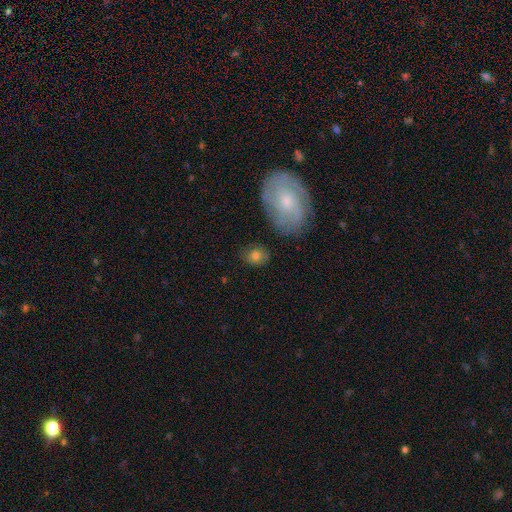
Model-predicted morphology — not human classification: smooth_or_featured: smooth (p=0.73) [alt: featured or disk p=0.17]
how_rounded: round (p=0.55) [alt: in between p=0.43]
merging: none (p=0.79) [alt: minor disturbance p=0.12]